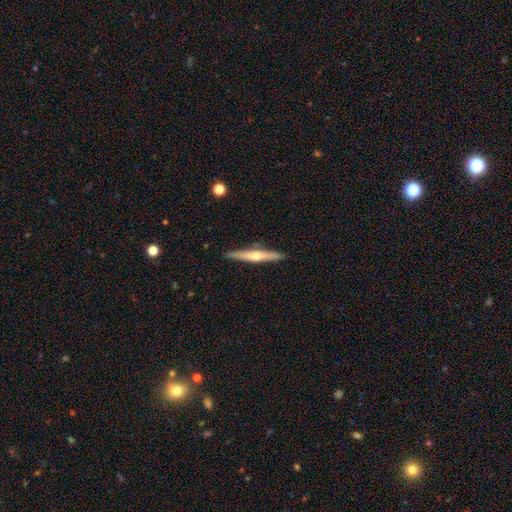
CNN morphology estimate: A featured or disk galaxy (62%) viewed edge-on (97%) with a rounded central bulge (84%).

Vote fractions:
- Smooth or featured? featured or disk: 62% / smooth: 33% / star or artifact: 5%
- Edge-on disk? yes: 97% / no: 3%
- Edge-on bulge? rounded: 84% / none: 11% / boxy: 5%
- Merging? none: 89% / minor disturbance: 8% / major disturbance: 2% / merger: 1%